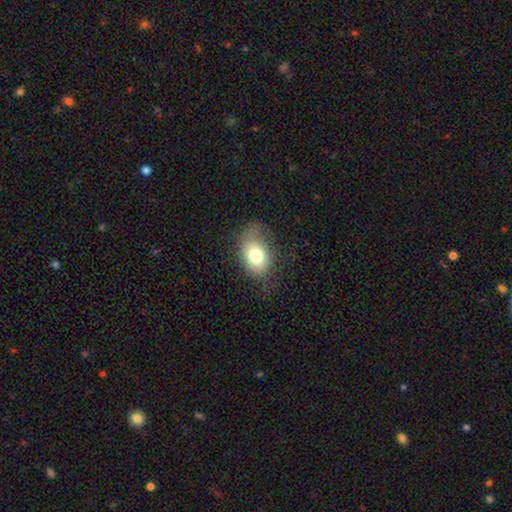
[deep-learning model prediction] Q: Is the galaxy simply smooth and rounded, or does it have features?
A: smooth — 75%.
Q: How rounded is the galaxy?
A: in between — 77%.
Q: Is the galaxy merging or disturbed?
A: none — 57%.